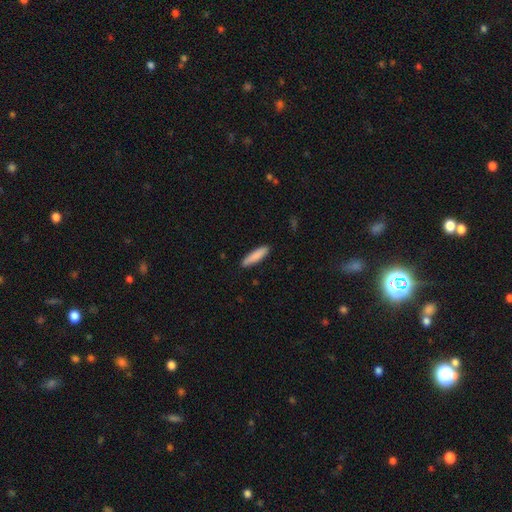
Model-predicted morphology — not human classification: A smooth galaxy with no disk features (87%) that is cigar-shaped (77%).

Vote fractions:
- Smooth or featured? smooth: 87% / featured or disk: 8% / star or artifact: 5%
- How rounded? cigar-shaped: 77% / in between: 22% / round: 1%
- Merging? none: 89% / minor disturbance: 8% / major disturbance: 2% / merger: 1%